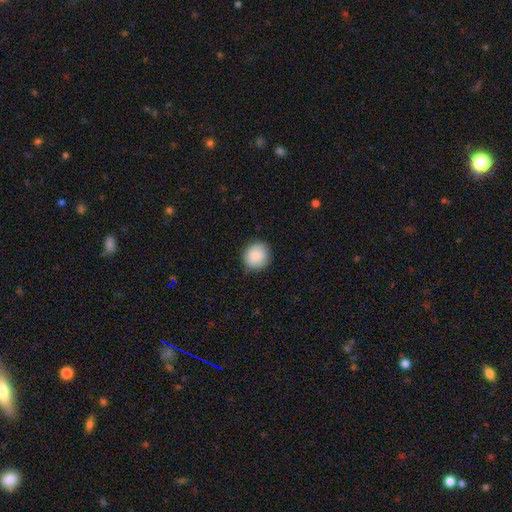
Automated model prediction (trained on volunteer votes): smooth-or-featured: smooth: 87% | star or artifact: 7% | featured or disk: 6%
  how-rounded: round: 87% | in between: 12% | cigar-shaped: 1%
  merging: none: 85% | minor disturbance: 11% | major disturbance: 2% | merger: 1%